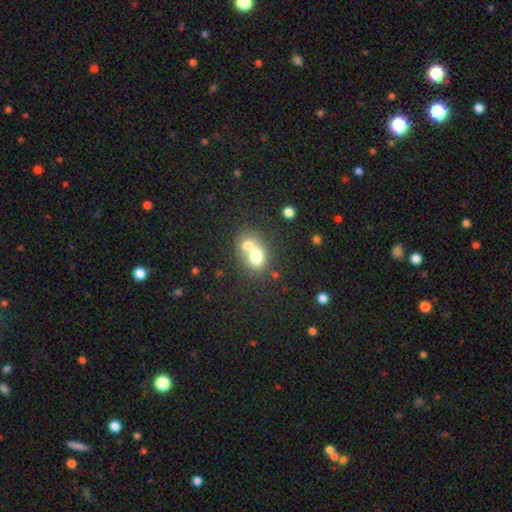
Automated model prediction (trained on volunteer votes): Morphology: type=smooth (69%); roundness=in between (57%); merging=merger (67%).